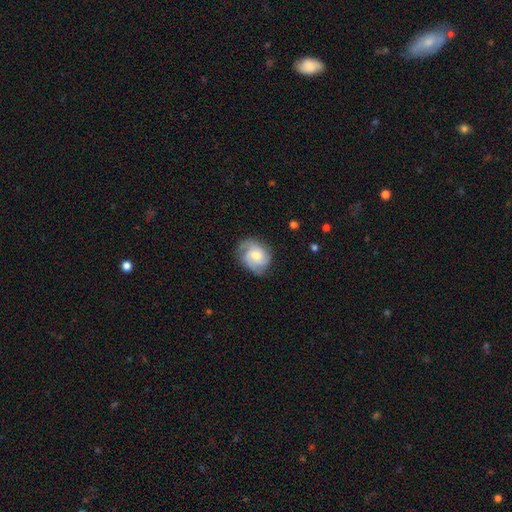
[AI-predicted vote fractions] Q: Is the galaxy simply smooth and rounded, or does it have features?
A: featured or disk — 62%.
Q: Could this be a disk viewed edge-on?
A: no — 98%.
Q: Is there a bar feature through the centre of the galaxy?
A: no — 67%.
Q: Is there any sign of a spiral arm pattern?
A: yes — 93%.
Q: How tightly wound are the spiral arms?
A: tight — 43%, tied with medium.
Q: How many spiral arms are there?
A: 3 — 45%.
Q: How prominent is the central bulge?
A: moderate — 51%.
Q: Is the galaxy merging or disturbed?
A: none — 69%.